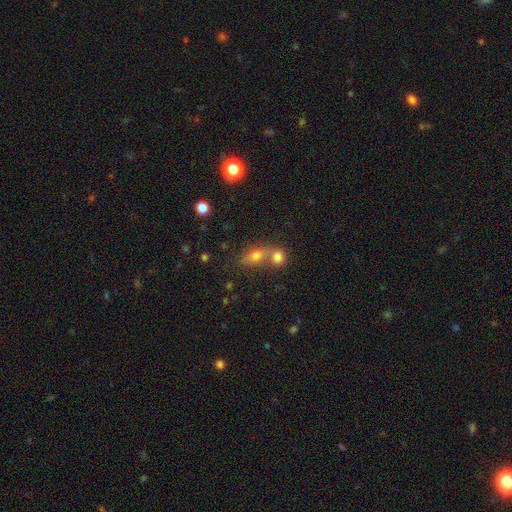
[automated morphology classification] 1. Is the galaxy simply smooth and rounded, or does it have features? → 74% smooth, 15% featured or disk, 12% star or artifact.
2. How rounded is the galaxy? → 74% in between, 17% round, 9% cigar-shaped.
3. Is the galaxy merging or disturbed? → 47% merger, 39% none, 9% minor disturbance, 4% major disturbance.